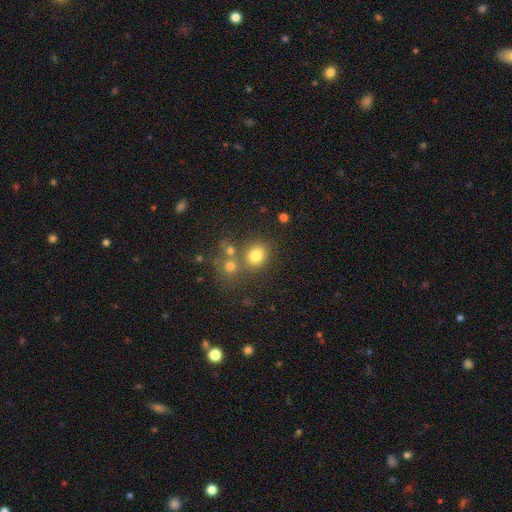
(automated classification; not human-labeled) smooth_or_featured: smooth (p=0.77) [alt: star or artifact p=0.14]
how_rounded: round (p=0.73) [alt: in between p=0.26]
merging: none (p=0.64) [alt: merger p=0.22]